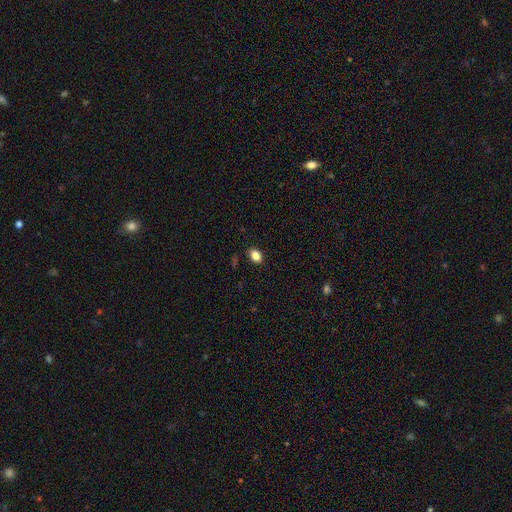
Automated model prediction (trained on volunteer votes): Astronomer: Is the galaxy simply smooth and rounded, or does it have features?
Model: smooth — 84%.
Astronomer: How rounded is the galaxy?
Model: in between — 76%.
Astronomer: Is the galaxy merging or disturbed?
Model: none — 88%.